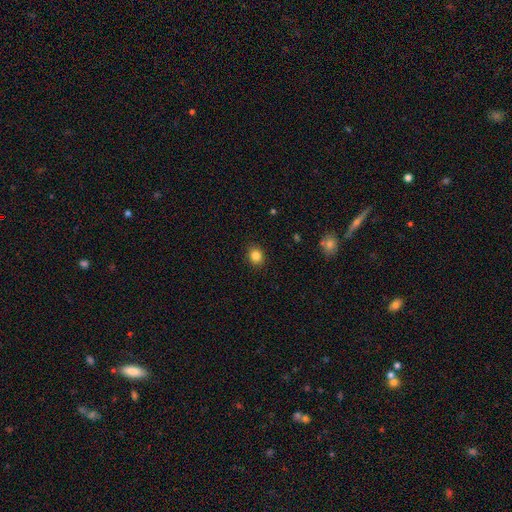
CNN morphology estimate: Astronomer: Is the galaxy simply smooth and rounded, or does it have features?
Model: smooth — 84%.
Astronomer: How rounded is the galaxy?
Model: round — 69%.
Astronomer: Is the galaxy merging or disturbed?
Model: none — 90%.